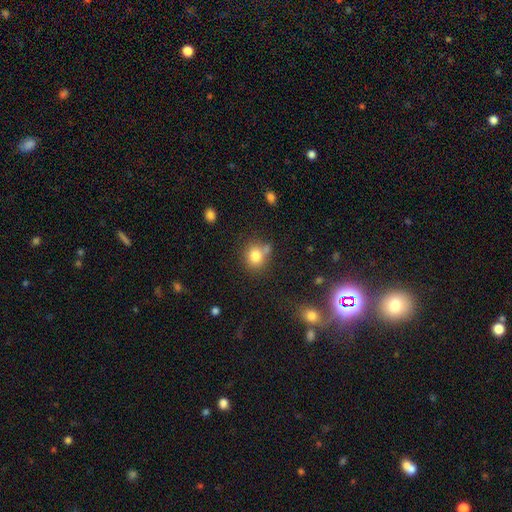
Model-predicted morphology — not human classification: The model was most divided on "merging": none: 62%, merger: 18%, minor disturbance: 15%, major disturbance: 5%. More confident: smooth or featured — smooth (80%); how rounded — round (77%).